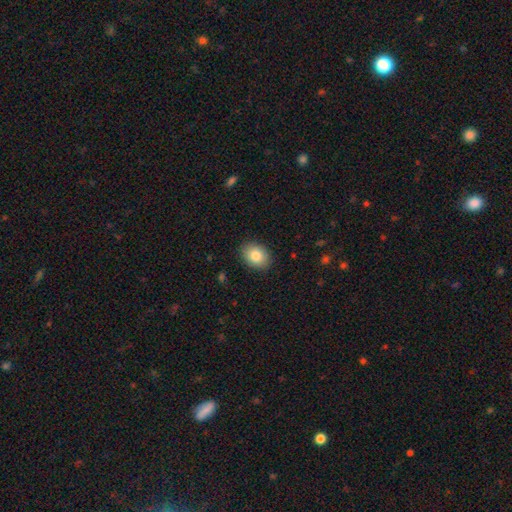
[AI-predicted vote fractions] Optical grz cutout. It shows a smooth galaxy with no disk features (84%) that is in between round and cigar-shaped (66%). Merging: none (88%).